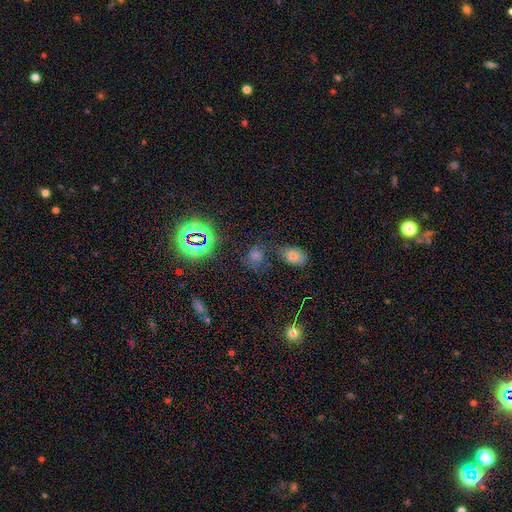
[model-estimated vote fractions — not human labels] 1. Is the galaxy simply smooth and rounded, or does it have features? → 51% star or artifact, 38% smooth, 12% featured or disk.